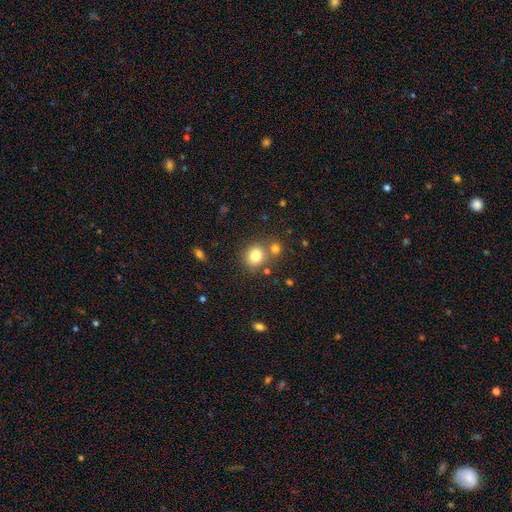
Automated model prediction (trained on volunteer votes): Overall: smooth (80%). How rounded: round (78%). Merging: none (64%).